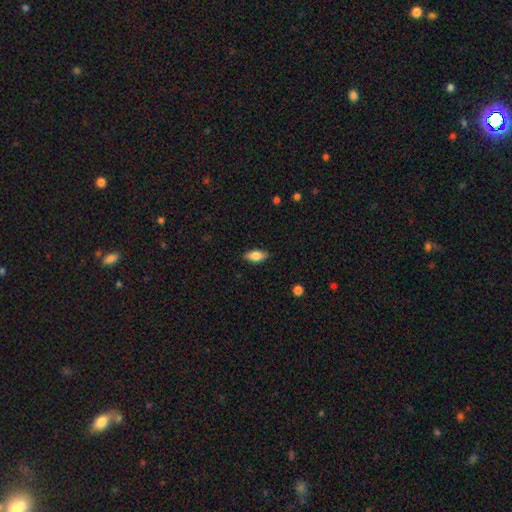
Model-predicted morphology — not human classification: smooth 76%, featured or disk 18%, star or artifact 7%. Down the decision tree: how rounded — in between (82%); merging — none (87%).